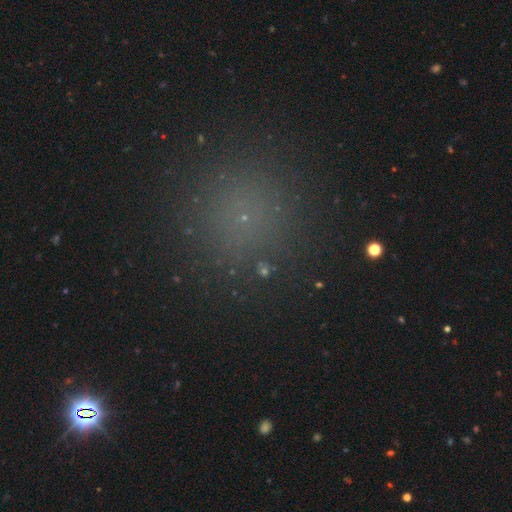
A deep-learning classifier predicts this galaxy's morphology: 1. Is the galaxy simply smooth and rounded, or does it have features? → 62% smooth, 32% star or artifact, 7% featured or disk.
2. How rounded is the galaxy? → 95% round, 4% in between, 1% cigar-shaped.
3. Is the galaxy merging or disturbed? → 90% none, 6% minor disturbance, 3% major disturbance, 2% merger.